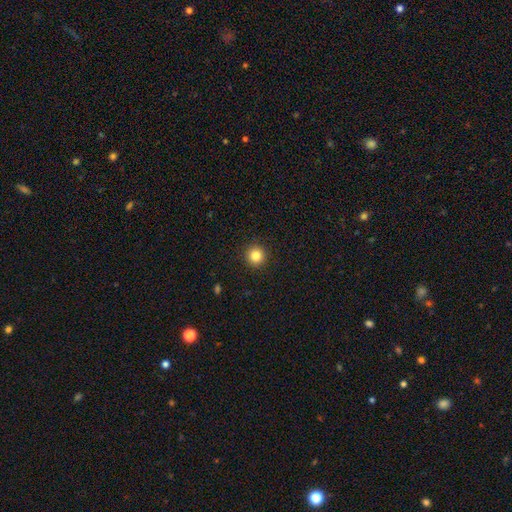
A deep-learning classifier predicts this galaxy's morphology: A smooth galaxy with no disk features (83%) that is round (96%). Merging: none (93%).